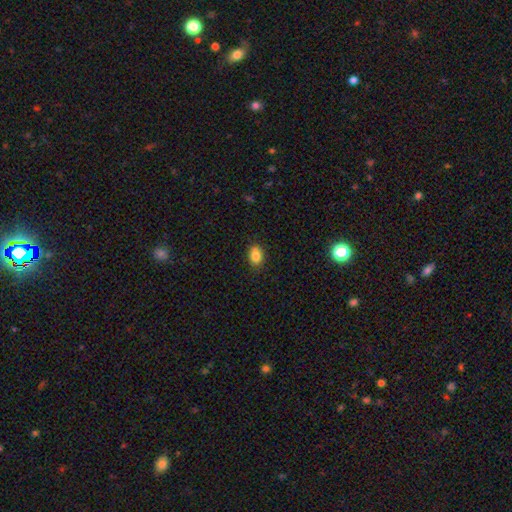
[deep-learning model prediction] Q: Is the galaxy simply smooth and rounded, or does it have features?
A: smooth — 82%.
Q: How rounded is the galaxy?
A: in between — 70%.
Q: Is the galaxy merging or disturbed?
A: none — 78%.